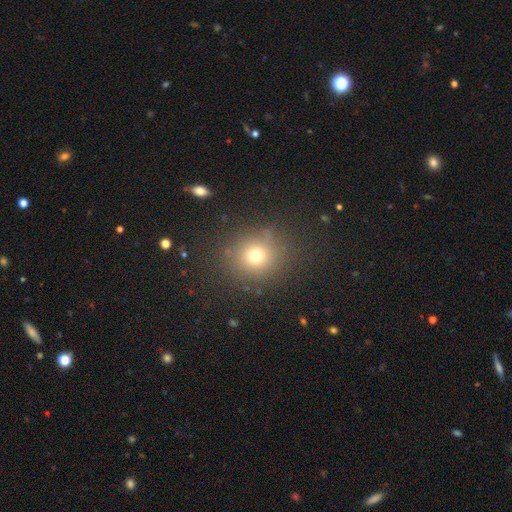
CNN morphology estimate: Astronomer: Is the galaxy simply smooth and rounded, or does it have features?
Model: smooth — 72%.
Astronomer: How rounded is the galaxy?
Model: round — 86%.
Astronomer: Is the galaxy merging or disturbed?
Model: none — 84%.